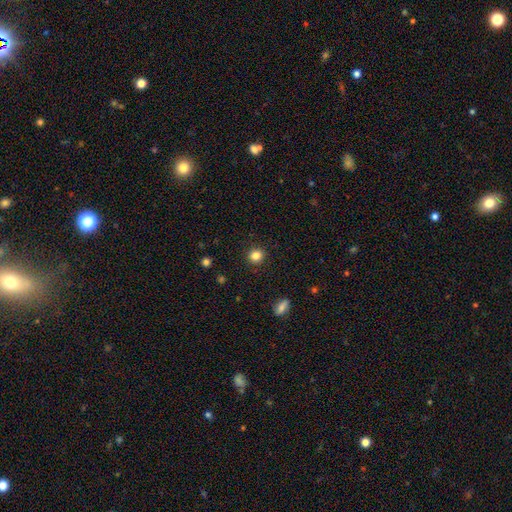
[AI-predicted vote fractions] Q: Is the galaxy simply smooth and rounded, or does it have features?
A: smooth — 84%.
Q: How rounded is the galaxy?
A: round — 88%.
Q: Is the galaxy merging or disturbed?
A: none — 91%.